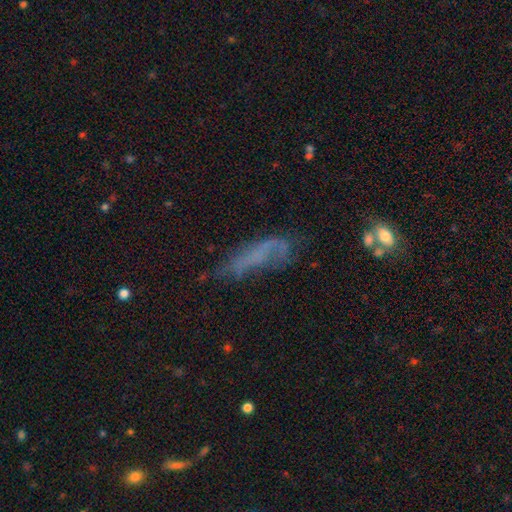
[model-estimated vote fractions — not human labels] This appears to be a featured or disk galaxy (42%, tied with smooth). Merging: none (37%).